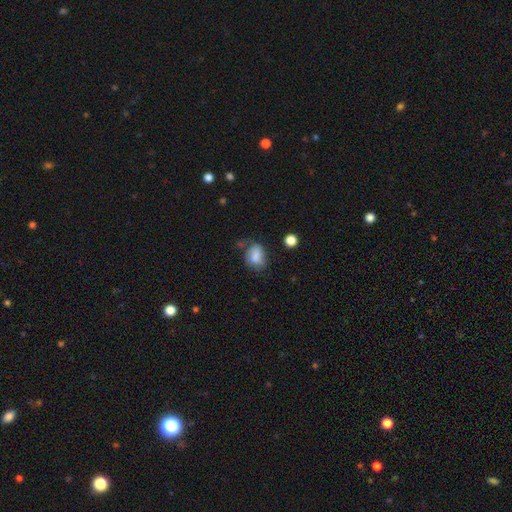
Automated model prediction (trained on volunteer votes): Smooth or featured? smooth (74%)
How rounded? in between (64%)
Merging? none (48%)